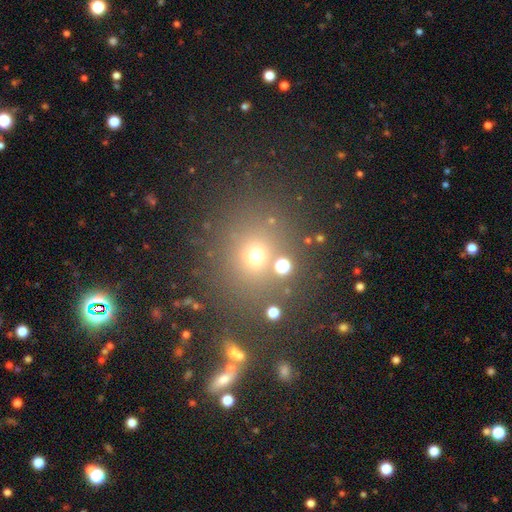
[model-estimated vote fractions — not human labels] smooth_or_featured: smooth (p=0.61) [alt: star or artifact p=0.29]
how_rounded: round (p=0.80) [alt: in between p=0.19]
merging: none (p=0.76) [alt: minor disturbance p=0.10]